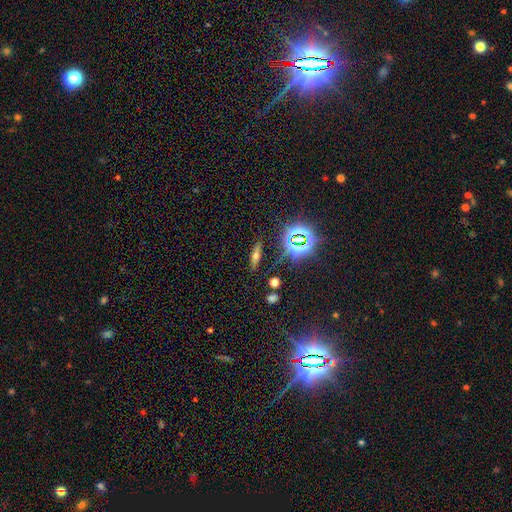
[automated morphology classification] A smooth galaxy with no disk features (40%). Merging: none (85%).